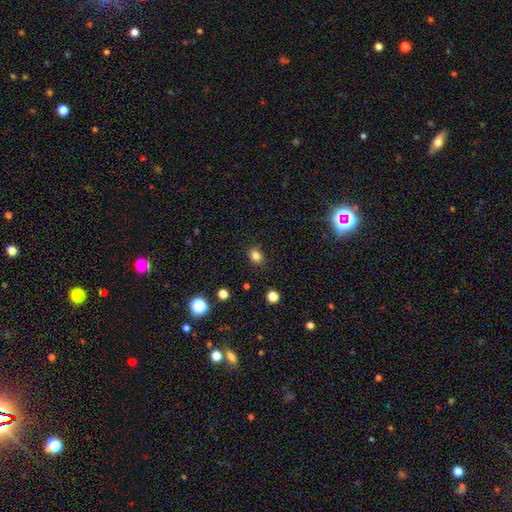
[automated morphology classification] Smooth or featured: smooth — 82% (star or artifact — 13%)
How rounded: round — 56% (in between — 43%)
Merging: none — 86% (minor disturbance — 10%)